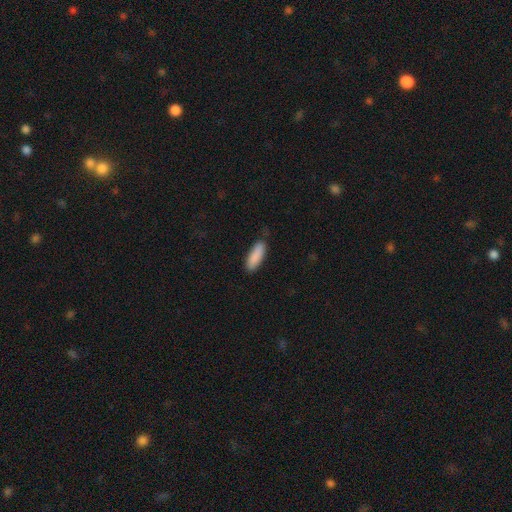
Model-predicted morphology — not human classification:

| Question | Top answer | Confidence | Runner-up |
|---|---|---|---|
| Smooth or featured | smooth | 89% | star or artifact (6%) |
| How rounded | in between | 55% | cigar-shaped (44%) |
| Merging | none | 82% | minor disturbance (14%) |